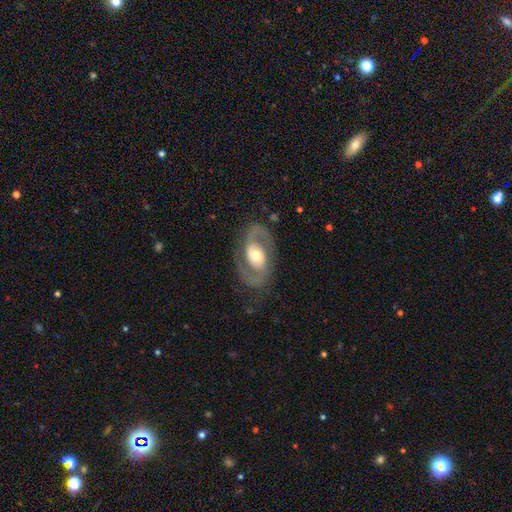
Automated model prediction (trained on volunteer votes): Smooth or featured? Predicted: featured or disk (p=0.86). Edge-on disk? Predicted: no (p=0.96). Bar? Predicted: no (p=0.57). Spiral arms? Predicted: yes (p=0.90). Spiral winding? Predicted: medium (p=0.53). Spiral arm count? Predicted: 2 (p=0.91). Bulge size? Predicted: moderate (p=0.69). Merging? Predicted: none (p=0.76).